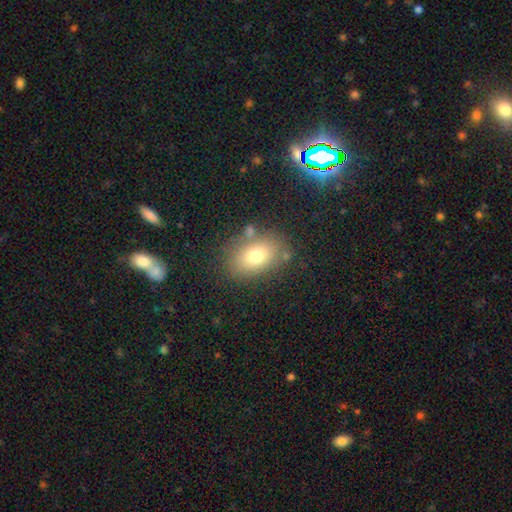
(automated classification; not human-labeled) Smooth or featured?
  - smooth: 74% *
  - featured or disk: 14%
  - star or artifact: 11%
How rounded?
  - in between: 80% *
  - round: 19%
  - cigar-shaped: 1%
Merging?
  - none: 76% *
  - minor disturbance: 13%
  - merger: 7%
  - major disturbance: 4%